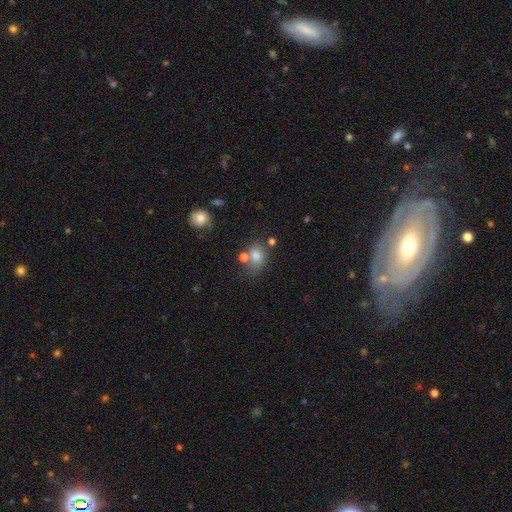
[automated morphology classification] The model was most divided on "how rounded": in between: 55%, round: 44%, cigar-shaped: 1%. More confident: smooth or featured — smooth (76%); merging — none (52%).